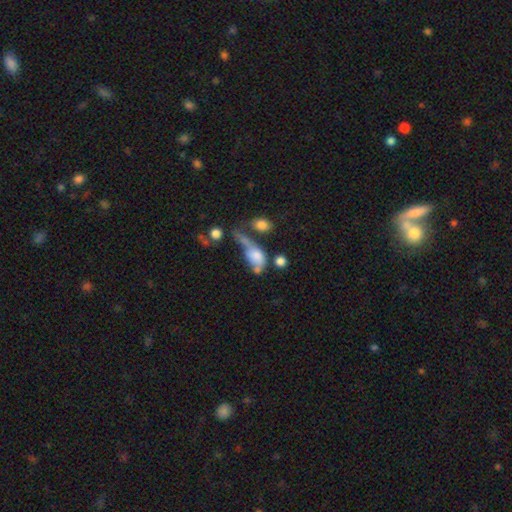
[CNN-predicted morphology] This is likely a smooth galaxy (66%). How rounded: likely in between (80%). Merging: marginally merger (40%).